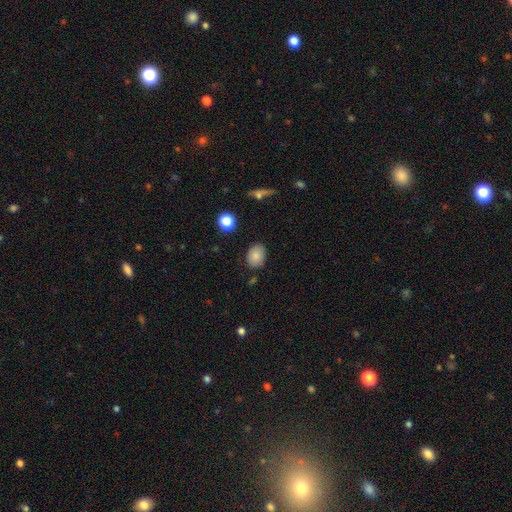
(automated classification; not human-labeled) Smooth or featured? Predicted: smooth (p=0.84). How rounded? Predicted: in between (p=0.68). Merging? Predicted: none (p=0.83).